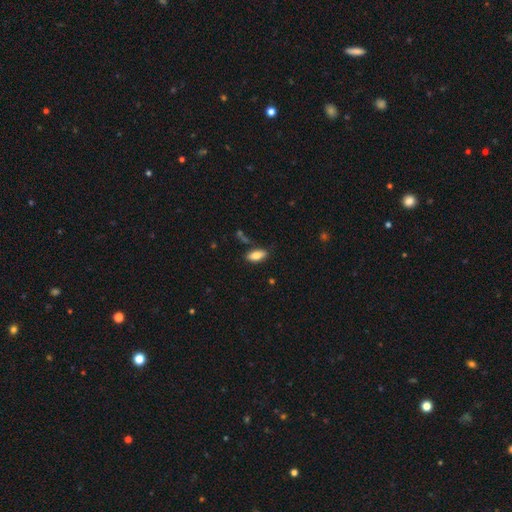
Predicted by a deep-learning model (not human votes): Smooth or featured: smooth — 81% (featured or disk — 12%)
How rounded: in between — 86% (cigar-shaped — 12%)
Merging: none — 80% (minor disturbance — 13%)